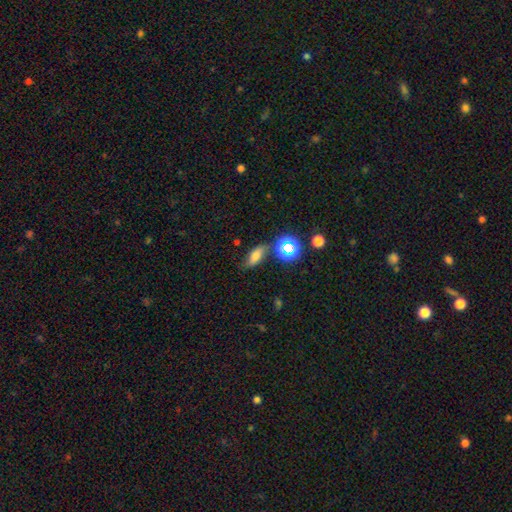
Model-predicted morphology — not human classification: A smooth galaxy with no disk features (64%) that is in between round and cigar-shaped (72%). Merging: none (68%).